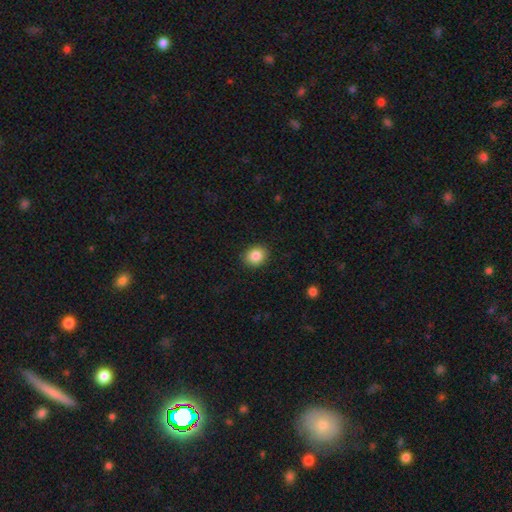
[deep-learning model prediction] smooth_or_featured: smooth (p=0.86) [alt: star or artifact p=0.09]
how_rounded: round (p=0.64) [alt: in between p=0.35]
merging: none (p=0.90) [alt: minor disturbance p=0.07]